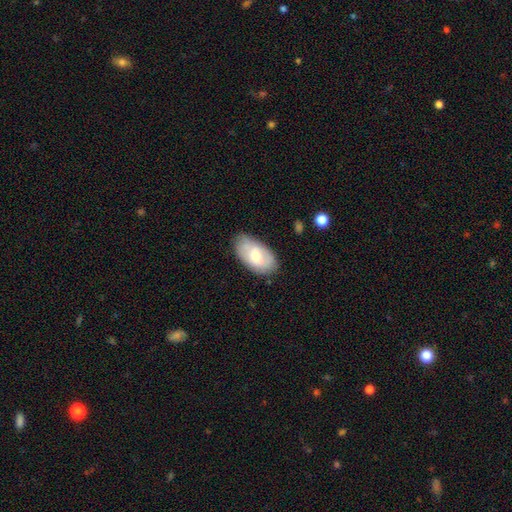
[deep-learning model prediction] smooth-or-featured: smooth: 58% | featured or disk: 35% | star or artifact: 6%
  how-rounded: in between: 94% | round: 4% | cigar-shaped: 2%
  merging: none: 74% | minor disturbance: 20% | major disturbance: 4% | merger: 2%